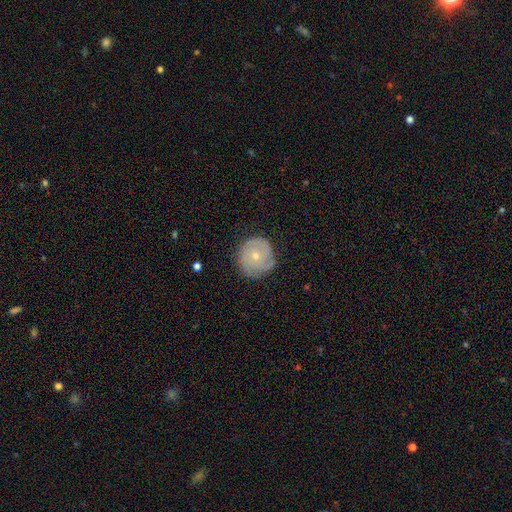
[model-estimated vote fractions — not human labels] smooth_or_featured: featured or disk (p=0.65) [alt: smooth p=0.29]
disk_edge_on: no (p=0.97) [alt: yes p=0.03]
bar: no (p=0.81) [alt: weak p=0.16]
has_spiral_arms: yes (p=0.88) [alt: no p=0.12]
spiral_winding: tight (p=0.68) [alt: medium p=0.25]
spiral_arm_count: can't tell (p=0.32) [alt: 3 p=0.27]
bulge_size: small (p=0.61) [alt: moderate p=0.36]
merging: none (p=0.76) [alt: minor disturbance p=0.18]